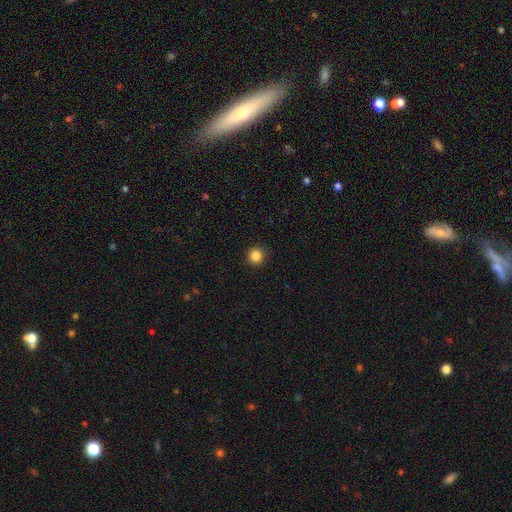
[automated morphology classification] Smooth or featured: smooth — 85% (star or artifact — 11%)
How rounded: round — 94% (in between — 5%)
Merging: none — 92% (minor disturbance — 5%)